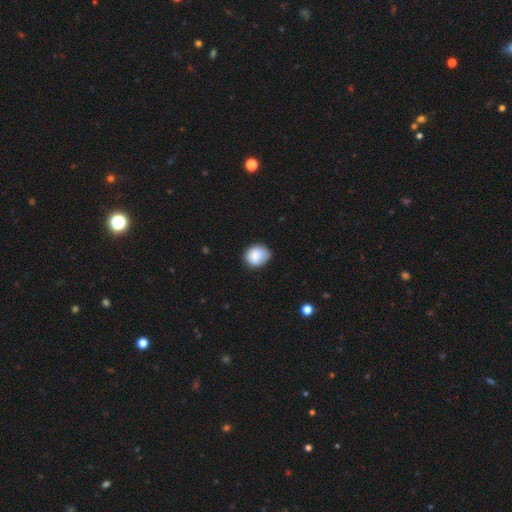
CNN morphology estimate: Smooth or featured: smooth — 86% (star or artifact — 8%)
How rounded: round — 67% (in between — 32%)
Merging: none — 69% (minor disturbance — 26%)